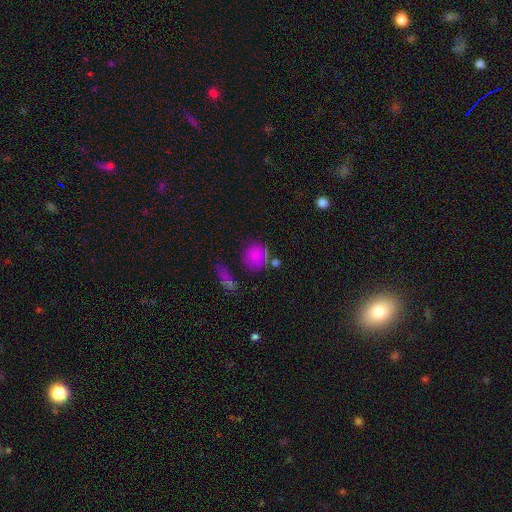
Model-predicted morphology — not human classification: smooth_or_featured: smooth (p=0.81) [alt: star or artifact p=0.12]
how_rounded: round (p=0.86) [alt: in between p=0.12]
merging: none (p=0.71) [alt: minor disturbance p=0.14]